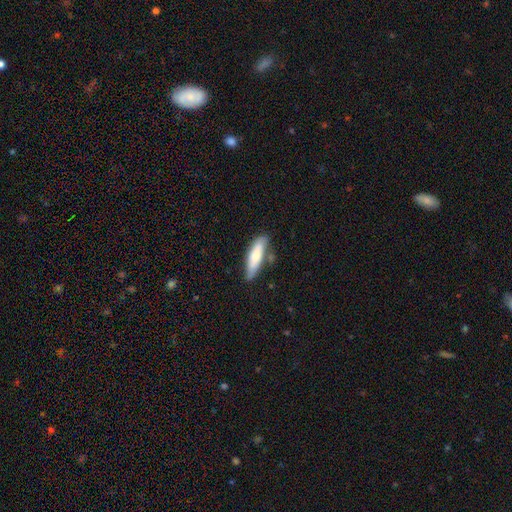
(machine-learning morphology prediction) Q: Smooth or featured?
A: smooth (73%); runner-up: featured or disk (21%)
Q: How rounded?
A: cigar-shaped (61%); runner-up: in between (37%)
Q: Merging?
A: none (65%); runner-up: minor disturbance (23%)